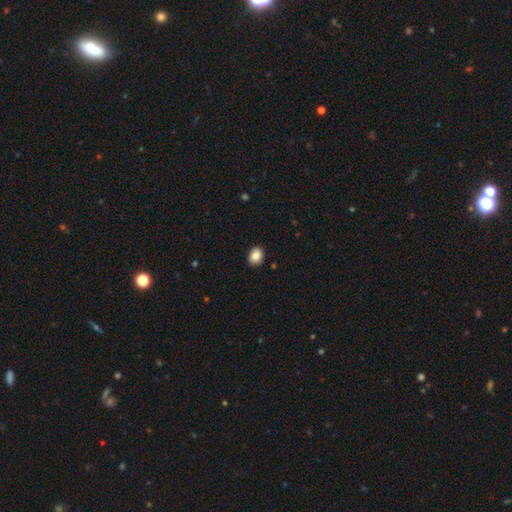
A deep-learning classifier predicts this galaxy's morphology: This appears to be a smooth galaxy with no disk features (87%) that is in between round and cigar-shaped (54%). Merging: none (90%).